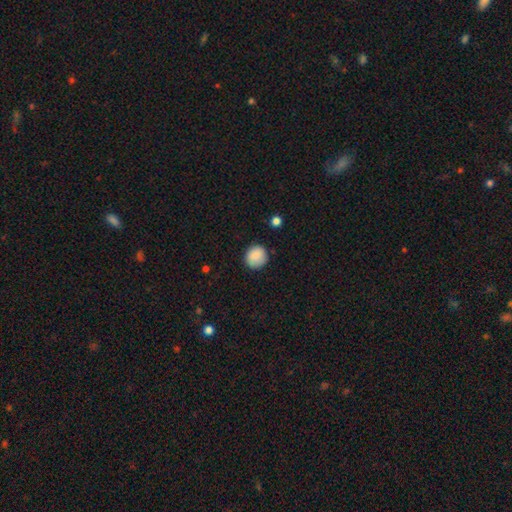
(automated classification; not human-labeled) smooth_or_featured: smooth (p=0.88) [alt: star or artifact p=0.08]
how_rounded: round (p=0.88) [alt: in between p=0.11]
merging: none (p=0.85) [alt: minor disturbance p=0.11]